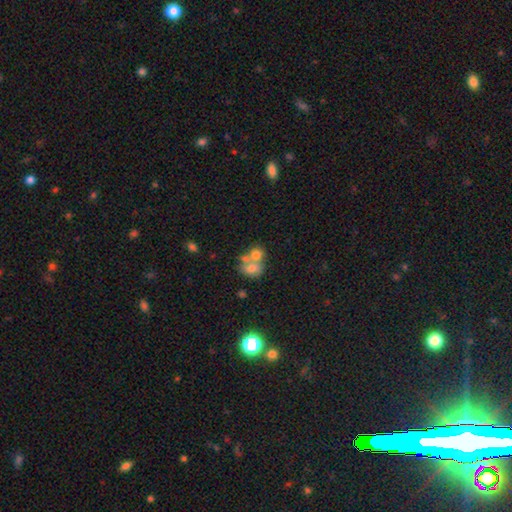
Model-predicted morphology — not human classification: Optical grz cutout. It shows a smooth galaxy with no disk features (68%) that is round (53%). Merging: merger (64%).